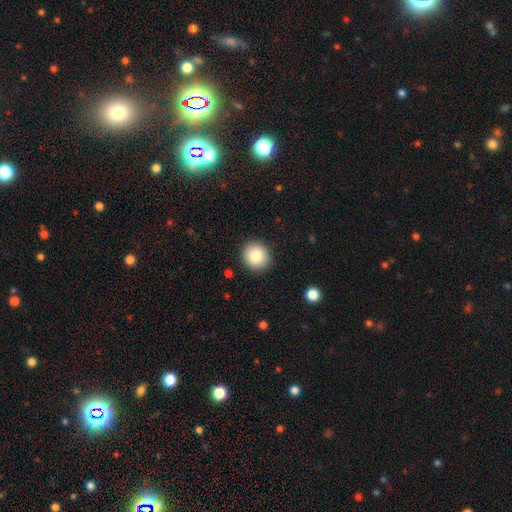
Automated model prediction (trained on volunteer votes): Smooth or featured: smooth — 82% (star or artifact — 9%)
How rounded: round — 92% (in between — 7%)
Merging: none — 92% (minor disturbance — 6%)